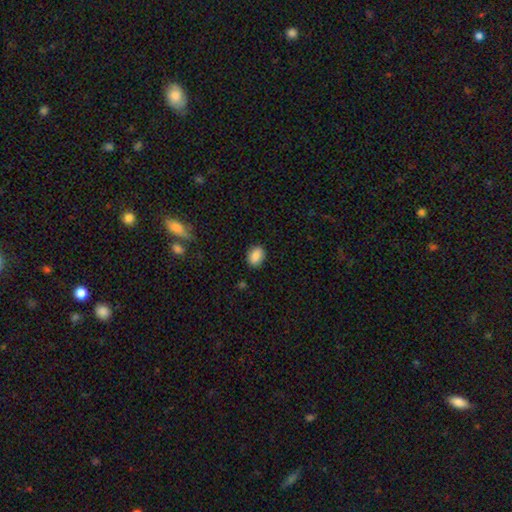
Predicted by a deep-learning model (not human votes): smooth-or-featured: smooth: 84% | star or artifact: 8% | featured or disk: 8%
  how-rounded: in between: 62% | round: 37% | cigar-shaped: 1%
  merging: none: 87% | minor disturbance: 10% | major disturbance: 2% | merger: 1%